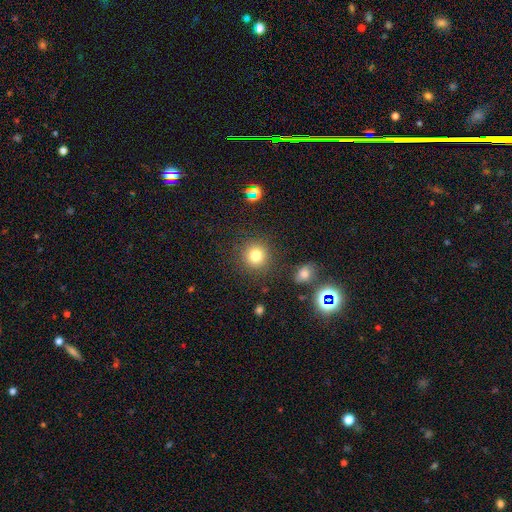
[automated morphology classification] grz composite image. It shows a smooth galaxy with no disk features (79%) that is round (92%). Merging: none (87%).